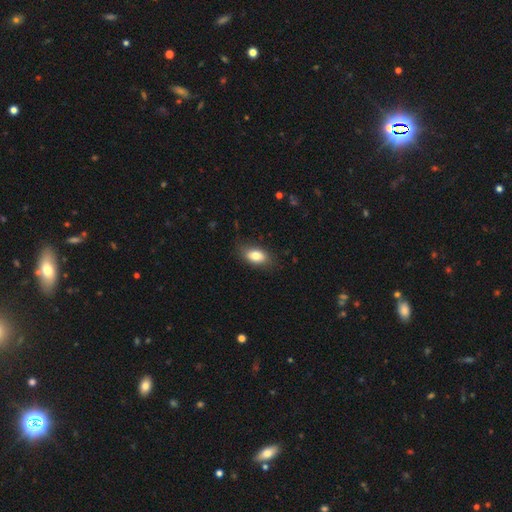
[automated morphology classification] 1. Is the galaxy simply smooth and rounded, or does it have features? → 80% smooth, 12% featured or disk, 8% star or artifact.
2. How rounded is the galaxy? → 88% in between, 8% round, 4% cigar-shaped.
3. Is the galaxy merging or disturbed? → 80% none, 15% minor disturbance, 4% major disturbance, 1% merger.